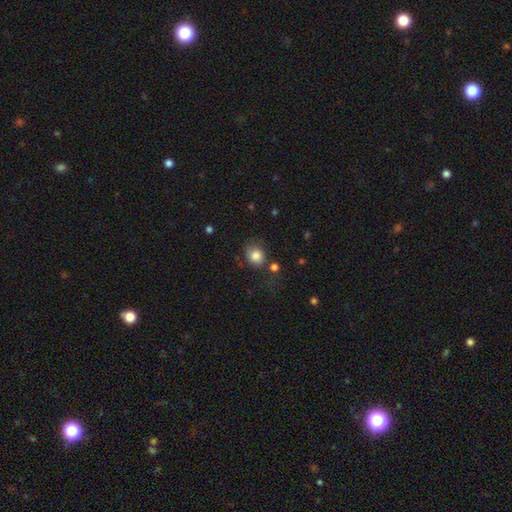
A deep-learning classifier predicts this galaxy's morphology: Smooth or featured?
  - smooth: 83% *
  - star or artifact: 10%
  - featured or disk: 7%
How rounded?
  - round: 63% *
  - in between: 36%
  - cigar-shaped: 1%
Merging?
  - none: 64% *
  - minor disturbance: 21%
  - major disturbance: 8%
  - merger: 7%